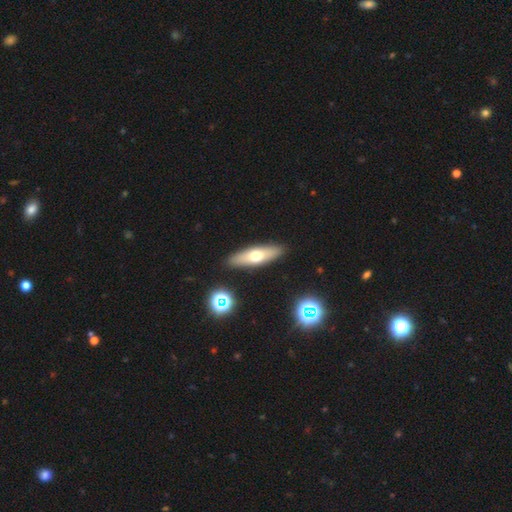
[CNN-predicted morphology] Smooth or featured: smooth — 55% (featured or disk — 37%)
How rounded: cigar-shaped — 55% (in between — 42%)
Merging: none — 90% (minor disturbance — 7%)